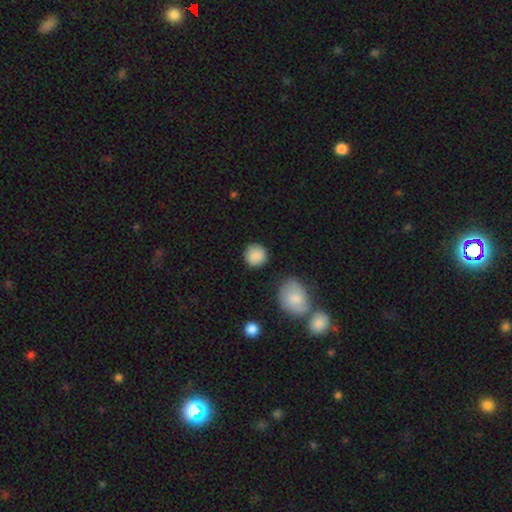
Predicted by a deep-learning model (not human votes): smooth-or-featured: smooth: 88% | star or artifact: 7% | featured or disk: 5%
  how-rounded: round: 91% | in between: 8% | cigar-shaped: 1%
  merging: none: 84% | minor disturbance: 10% | merger: 3% | major disturbance: 3%